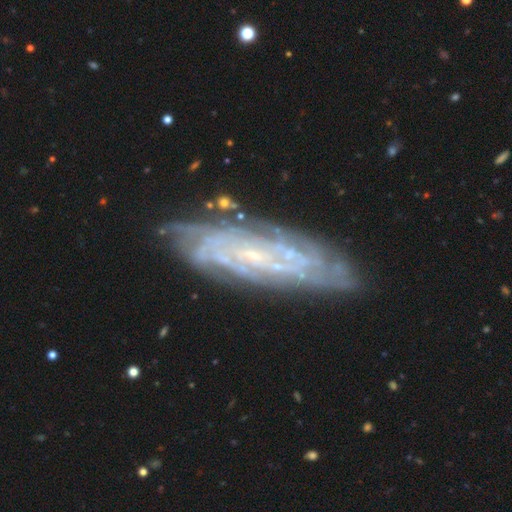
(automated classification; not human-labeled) This is clearly a featured or disk galaxy (85%). It is clearly not viewed edge-on (84%). Bar: possibly no (54%). Spiral arm pattern: clearly yes (95%). Spiral arm count: marginally can't tell (42%). Spiral winding: likely tight (76%). Central bulge: clearly small (83%). Merging: clearly none (80%).